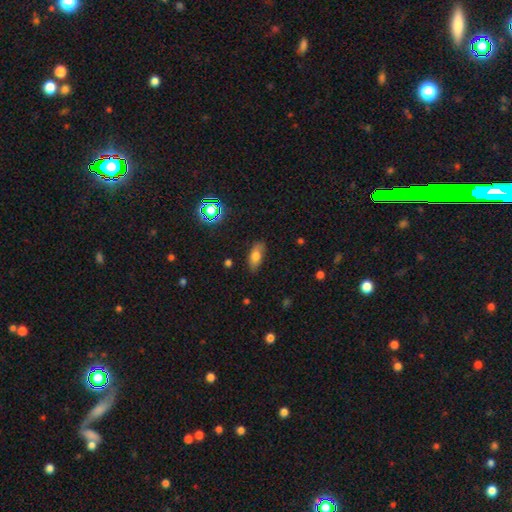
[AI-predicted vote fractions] smooth 74%, featured or disk 15%, star or artifact 11%. Down the decision tree: how rounded — in between (82%); merging — none (80%).